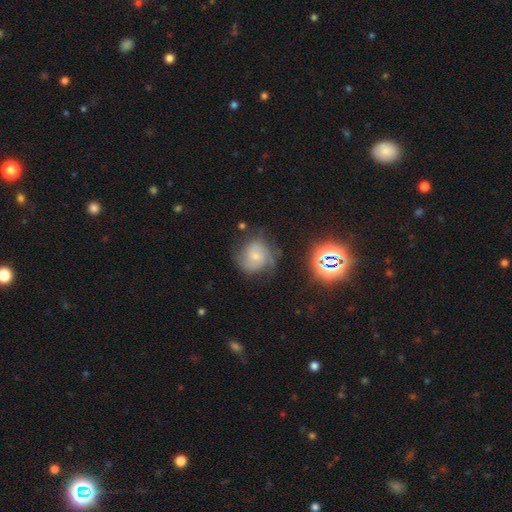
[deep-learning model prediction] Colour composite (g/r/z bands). It shows a featured or disk galaxy (53%) with no bar (75%), spiral arms (84%) and a small central bulge (56%). Merging: none (55%).